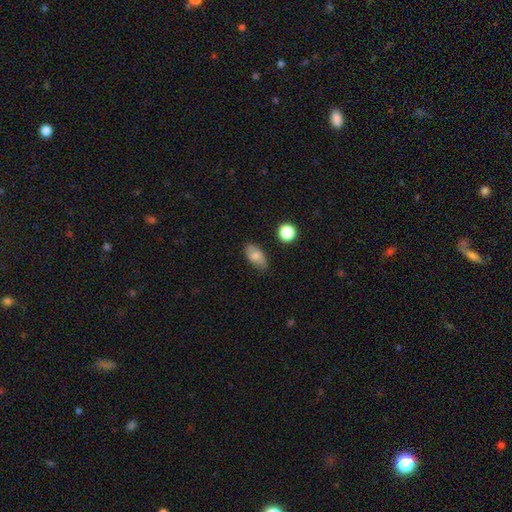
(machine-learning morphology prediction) This appears to be a smooth galaxy with no disk features (75%) that is in between round and cigar-shaped (91%). Merging: none (77%).